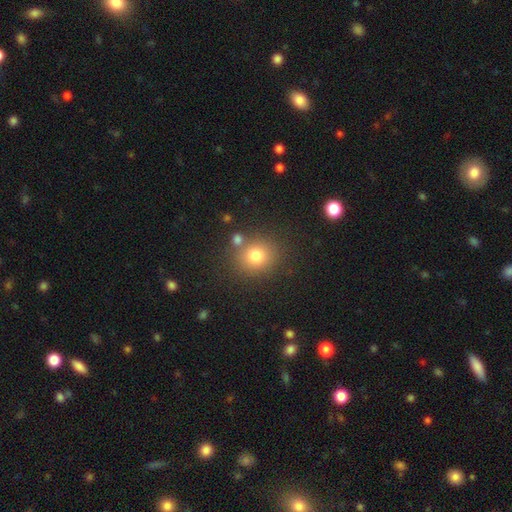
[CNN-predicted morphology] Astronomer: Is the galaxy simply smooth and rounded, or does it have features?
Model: smooth — 78%.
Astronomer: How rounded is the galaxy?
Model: round — 79%.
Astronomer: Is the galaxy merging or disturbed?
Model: none — 77%.